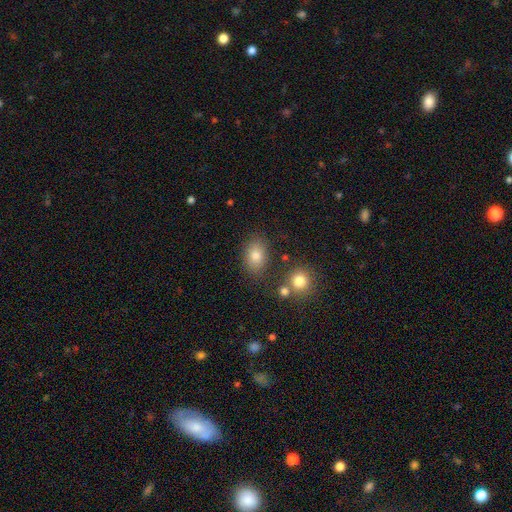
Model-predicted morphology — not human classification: A smooth galaxy with no disk features (78%) that is in between round and cigar-shaped (78%). Merging: none (78%).